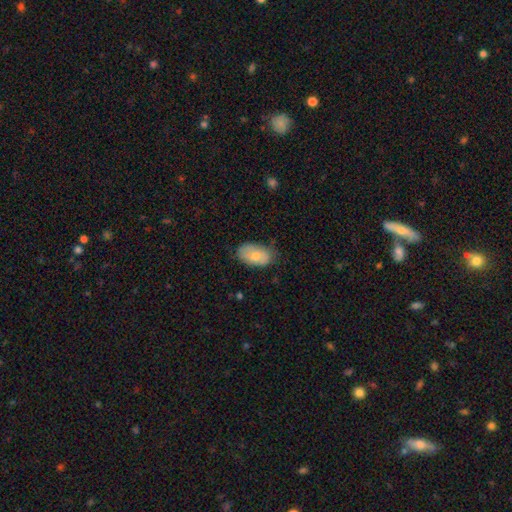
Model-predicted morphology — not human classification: The model was most divided on "merging": none: 68%, minor disturbance: 25%, major disturbance: 5%, merger: 1%. More confident: how rounded — in between (93%); smooth or featured — smooth (72%).